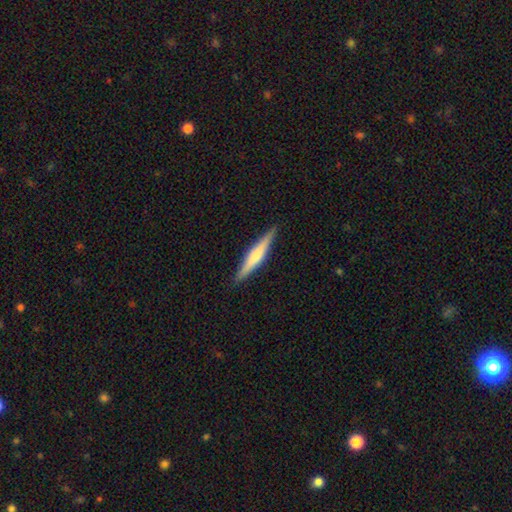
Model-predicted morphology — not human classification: Smooth or featured?
  - featured or disk: 51% *
  - smooth: 43%
  - star or artifact: 5%
Edge-on disk?
  - yes: 97% *
  - no: 3%
Merging?
  - none: 90% *
  - minor disturbance: 8%
  - major disturbance: 2%
  - merger: 1%